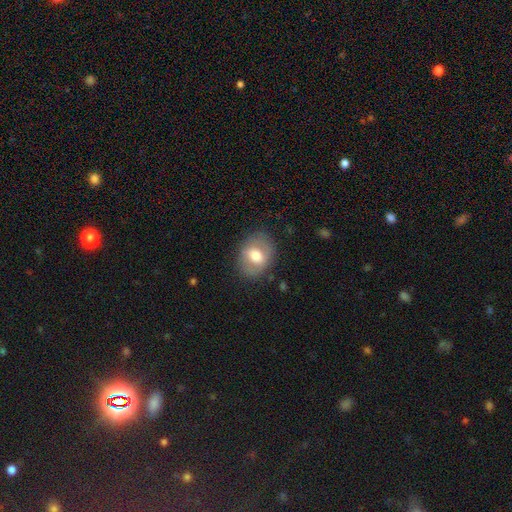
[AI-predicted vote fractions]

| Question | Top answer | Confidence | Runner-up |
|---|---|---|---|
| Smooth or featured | smooth | 60% | featured or disk (32%) |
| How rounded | in between | 64% | round (35%) |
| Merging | none | 78% | minor disturbance (15%) |